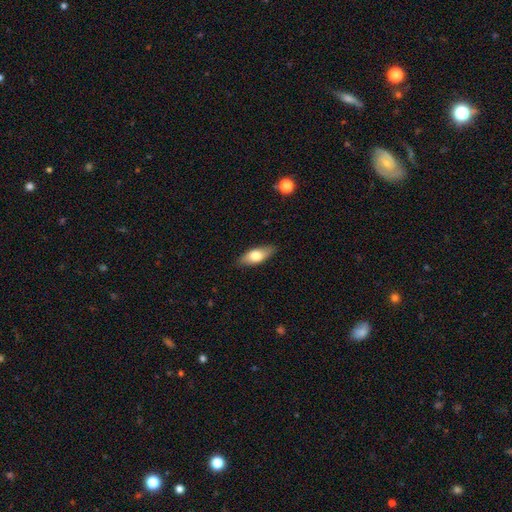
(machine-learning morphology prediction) This appears to be a smooth galaxy with no disk features (71%) that is in between round and cigar-shaped (78%). Merging: none (86%).